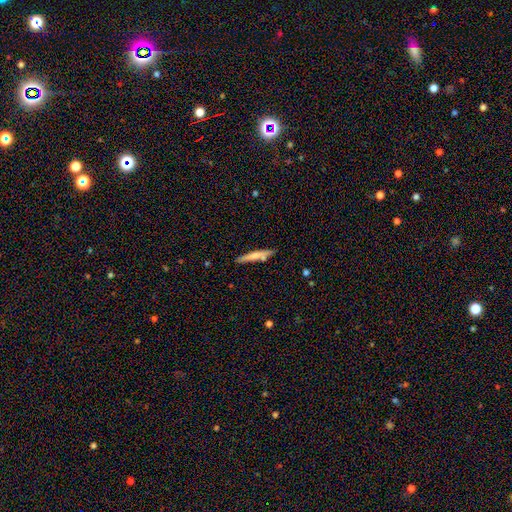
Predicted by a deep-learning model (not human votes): Smooth or featured? Predicted: smooth (p=0.57). How rounded? Predicted: cigar-shaped (p=0.92). Merging? Predicted: none (p=0.78).